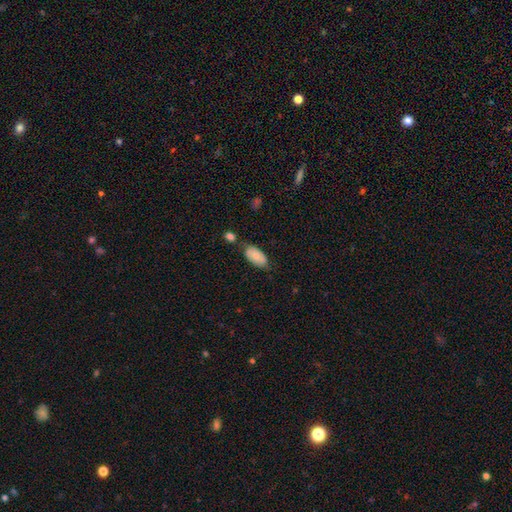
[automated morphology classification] A smooth galaxy with no disk features (77%) that is in between round and cigar-shaped (94%). Merging: none (63%).